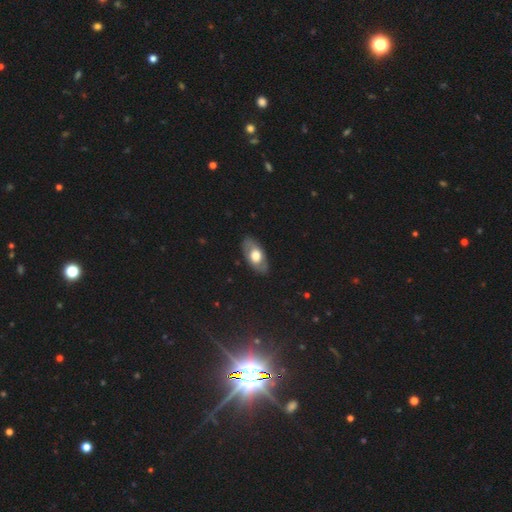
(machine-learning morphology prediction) Q: Smooth or featured?
A: smooth (52%); runner-up: featured or disk (42%)
Q: How rounded?
A: in between (89%); runner-up: round (6%)
Q: Merging?
A: none (84%); runner-up: minor disturbance (12%)